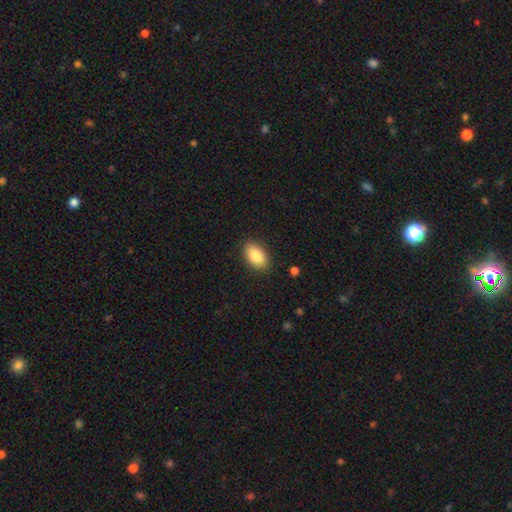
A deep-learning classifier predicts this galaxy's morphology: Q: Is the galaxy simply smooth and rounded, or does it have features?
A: smooth — 86%.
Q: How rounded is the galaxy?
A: in between — 92%.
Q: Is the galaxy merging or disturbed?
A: none — 87%.